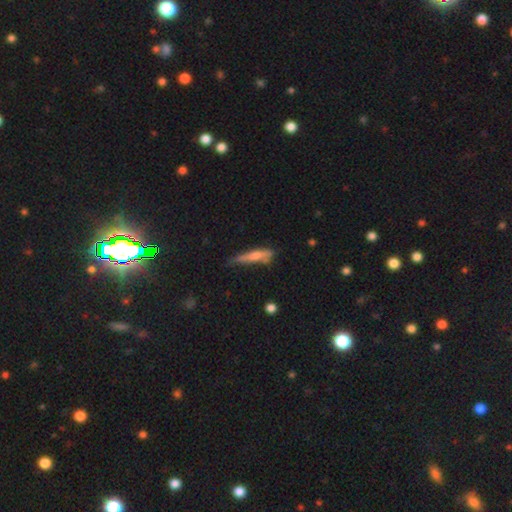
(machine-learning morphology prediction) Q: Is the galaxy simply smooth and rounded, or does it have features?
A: smooth — 54%.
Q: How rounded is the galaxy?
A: cigar-shaped — 86%.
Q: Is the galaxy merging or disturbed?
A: none — 51%.